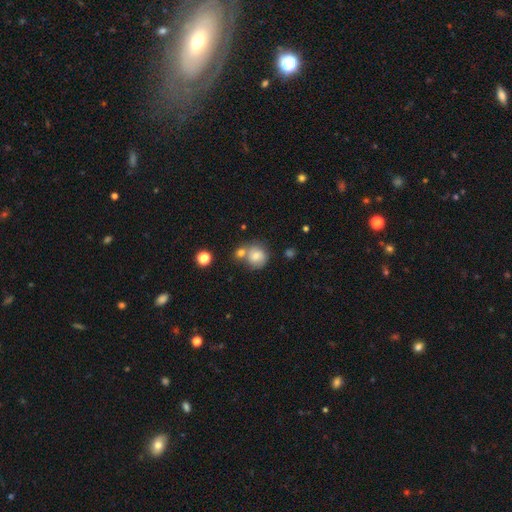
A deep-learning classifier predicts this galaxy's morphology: This appears to be a smooth galaxy with no disk features (76%) that is round (85%). Merging: none (48%).